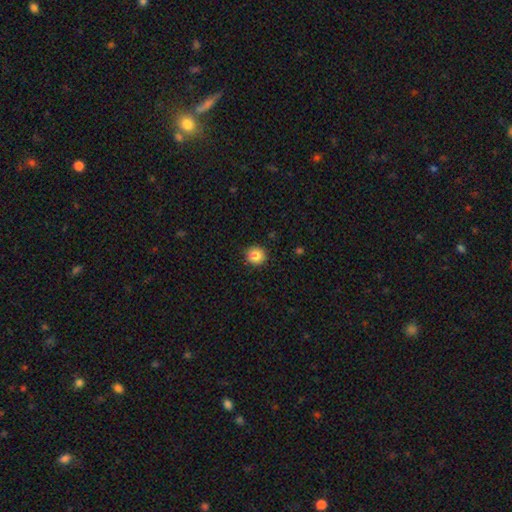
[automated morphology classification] This is clearly a smooth galaxy (87%). How rounded: clearly round (93%). Merging: clearly none (91%).